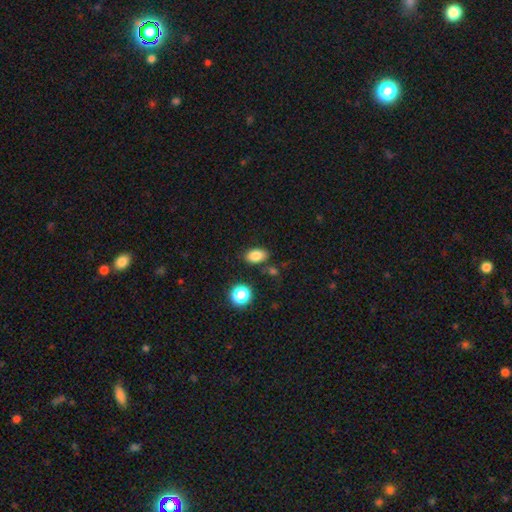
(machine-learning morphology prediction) Overall: smooth (83%). How rounded: in between (86%). Merging: none (80%).